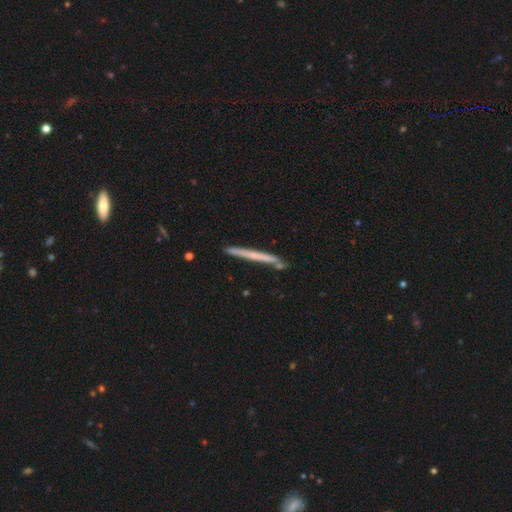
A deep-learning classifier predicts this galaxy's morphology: Smooth or featured? Predicted: featured or disk (p=0.50). Merging? Predicted: none (p=0.85).